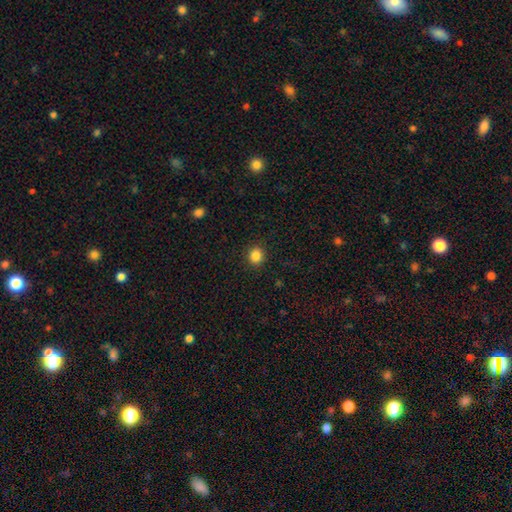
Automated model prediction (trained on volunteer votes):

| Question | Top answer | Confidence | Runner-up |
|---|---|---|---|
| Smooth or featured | smooth | 85% | star or artifact (11%) |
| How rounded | round | 82% | in between (17%) |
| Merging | none | 91% | minor disturbance (6%) |